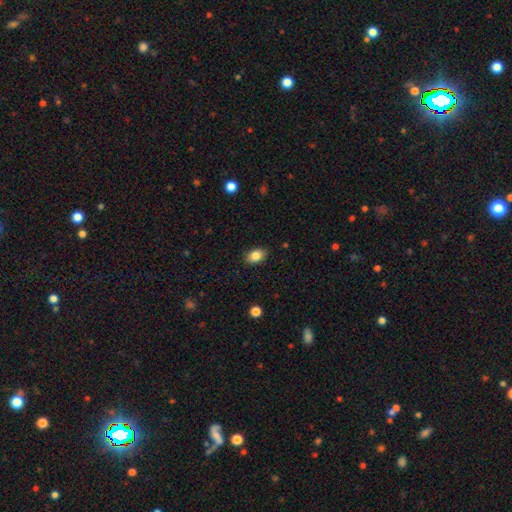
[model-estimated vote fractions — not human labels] Smooth or featured? smooth (85%)
How rounded? in between (78%)
Merging? none (86%)